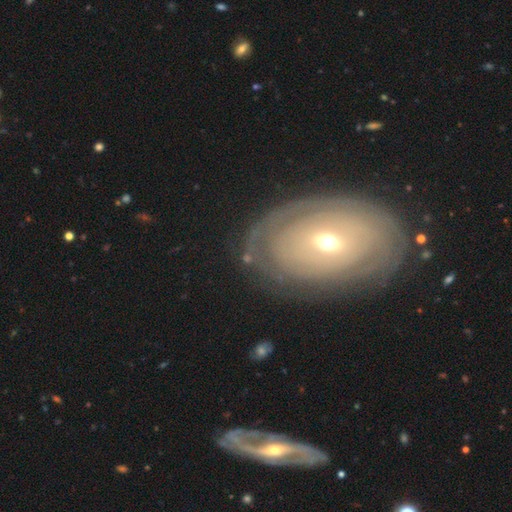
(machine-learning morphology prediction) A featured or disk galaxy (68%) with no bar (66%), spiral arms (59%) and a moderate central bulge (58%). Merging: none (78%).